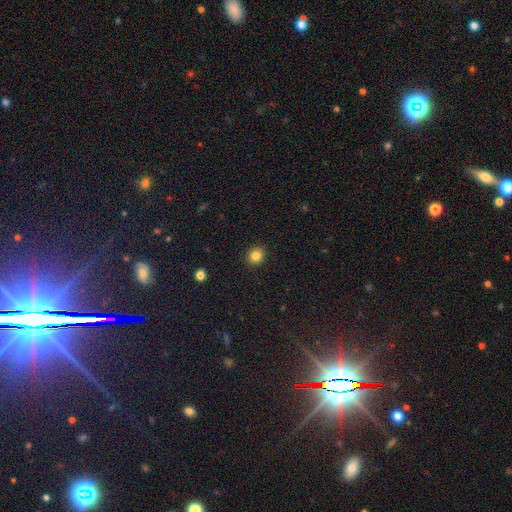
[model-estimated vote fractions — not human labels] This is clearly a smooth galaxy (83%). How rounded: likely round (80%). Merging: clearly none (91%).